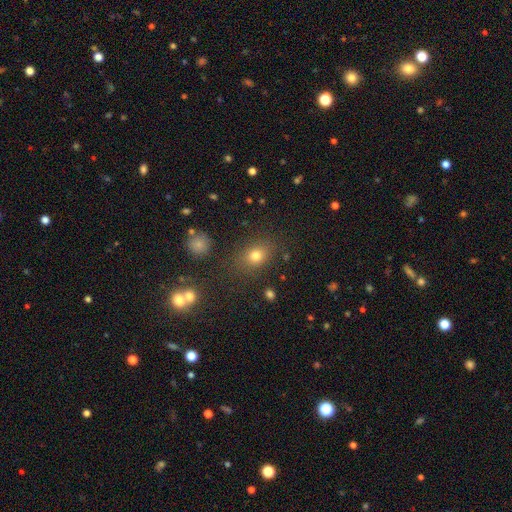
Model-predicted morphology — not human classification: Overall: smooth (74%). How rounded: in between (55%; round 44%). Merging: none (80%).